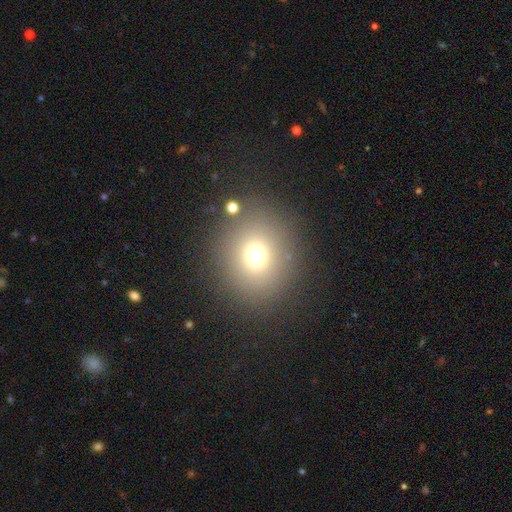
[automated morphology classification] Q: Smooth or featured?
A: smooth (68%); runner-up: star or artifact (21%)
Q: How rounded?
A: round (83%); runner-up: in between (16%)
Q: Merging?
A: none (82%); runner-up: minor disturbance (8%)